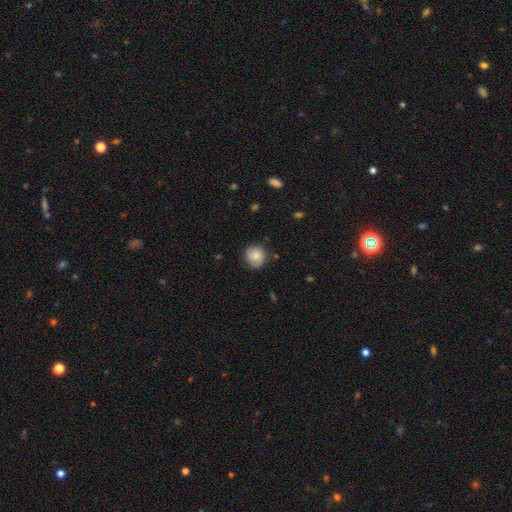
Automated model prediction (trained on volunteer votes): smooth-or-featured: smooth: 72% | featured or disk: 20% | star or artifact: 8%
  how-rounded: round: 87% | in between: 12% | cigar-shaped: 1%
  merging: none: 77% | minor disturbance: 18% | major disturbance: 4% | merger: 1%